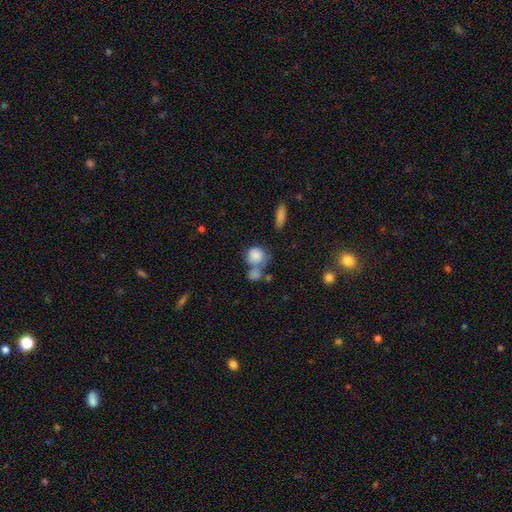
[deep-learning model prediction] Smooth or featured?
  - smooth: 83% *
  - featured or disk: 9%
  - star or artifact: 8%
How rounded?
  - round: 76% *
  - in between: 23%
  - cigar-shaped: 2%
Merging?
  - merger: 44% *
  - none: 37%
  - minor disturbance: 12%
  - major disturbance: 7%